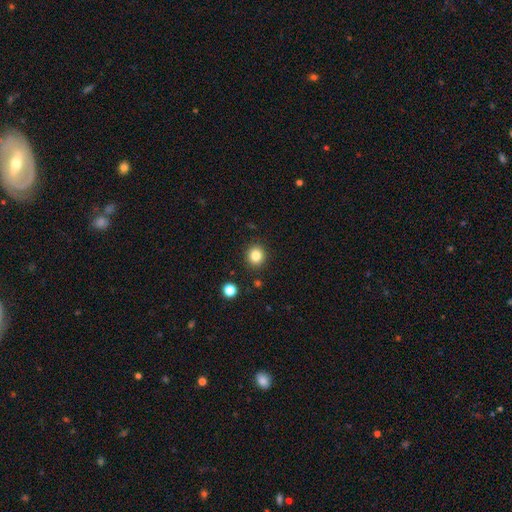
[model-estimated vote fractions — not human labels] Smooth or featured: smooth — 83% (star or artifact — 11%)
How rounded: round — 85% (in between — 14%)
Merging: none — 90% (minor disturbance — 6%)